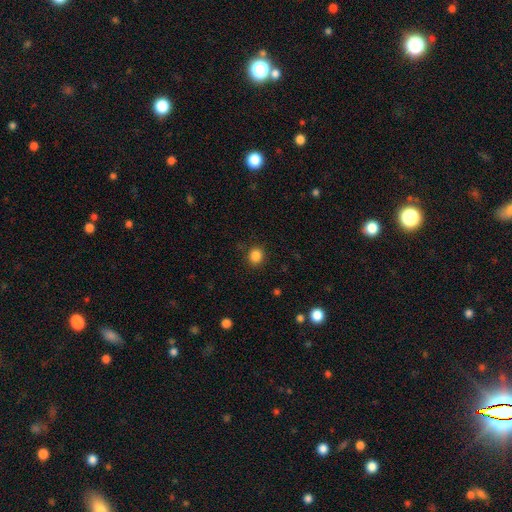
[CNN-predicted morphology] smooth-or-featured: smooth: 85% | star or artifact: 11% | featured or disk: 3%
  how-rounded: round: 81% | in between: 18% | cigar-shaped: 1%
  merging: none: 89% | minor disturbance: 8% | major disturbance: 3% | merger: 1%